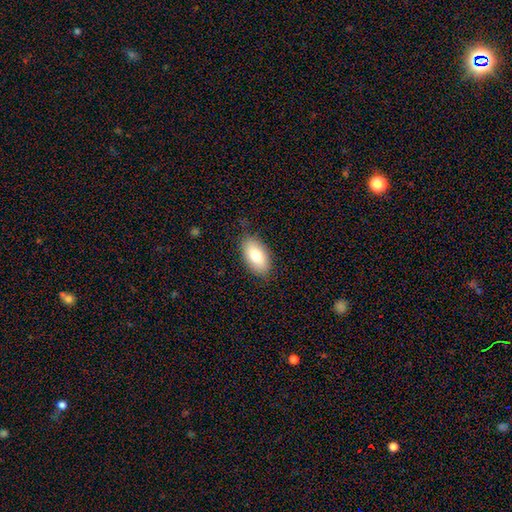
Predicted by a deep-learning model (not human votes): smooth 77%, featured or disk 16%, star or artifact 7%. Down the decision tree: how rounded — in between (93%); merging — none (82%).